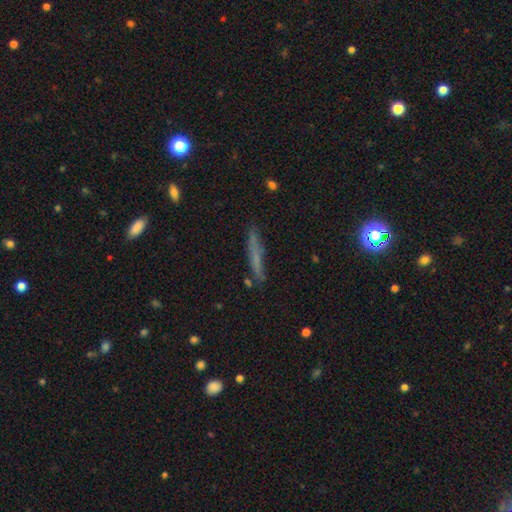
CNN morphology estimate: Q: Smooth or featured?
A: smooth (55%); runner-up: featured or disk (32%)
Q: How rounded?
A: cigar-shaped (92%); runner-up: in between (5%)
Q: Merging?
A: none (83%); runner-up: minor disturbance (12%)